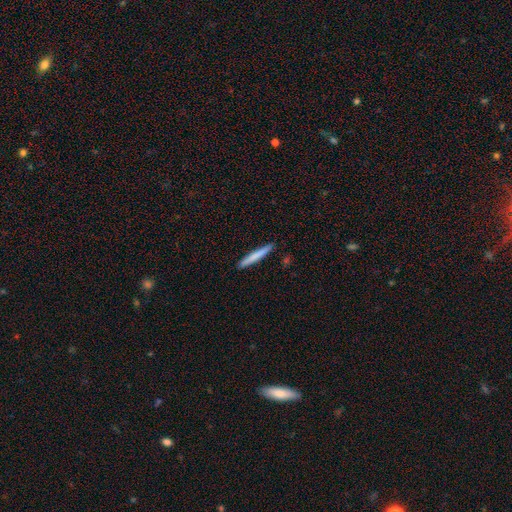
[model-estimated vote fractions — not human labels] smooth-or-featured: smooth: 74% | featured or disk: 21% | star or artifact: 5%
  how-rounded: cigar-shaped: 96% | in between: 3% | round: 1%
  merging: none: 91% | minor disturbance: 6% | major disturbance: 1% | merger: 1%